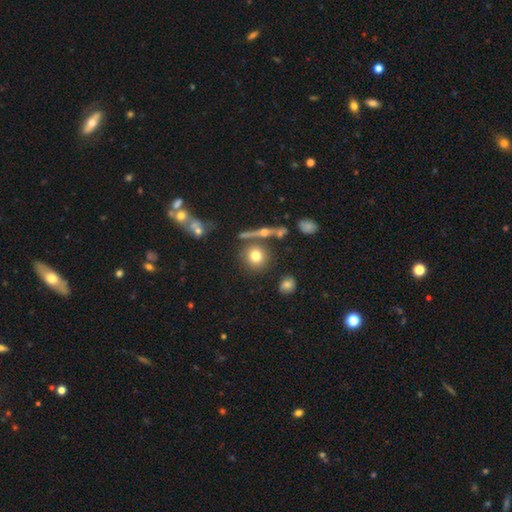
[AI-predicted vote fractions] Smooth or featured: smooth — 71% (featured or disk — 17%)
How rounded: round — 87% (in between — 10%)
Merging: none — 75% (merger — 12%)